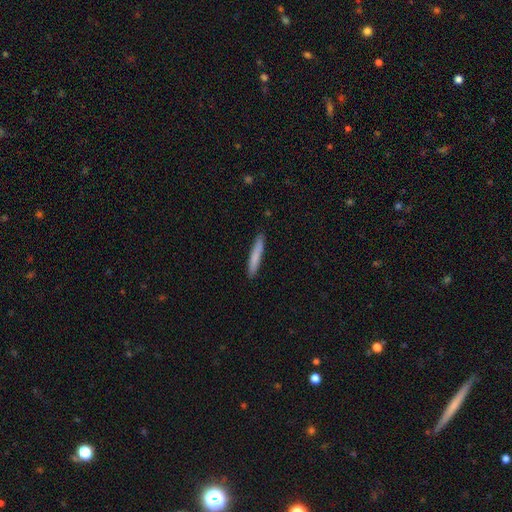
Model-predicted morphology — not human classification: A smooth galaxy with no disk features (79%) that is cigar-shaped (95%).

Vote fractions:
- Smooth or featured? smooth: 79% / featured or disk: 16% / star or artifact: 6%
- How rounded? cigar-shaped: 95% / in between: 4% / round: 1%
- Merging? none: 90% / minor disturbance: 8% / major disturbance: 1% / merger: 1%